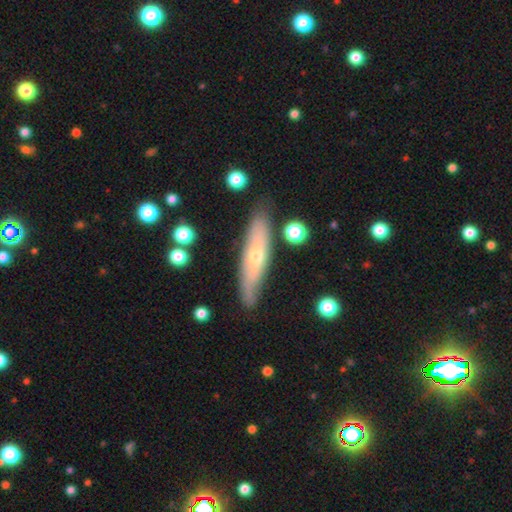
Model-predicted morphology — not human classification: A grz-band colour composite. It shows a featured or disk galaxy (56%) viewed edge-on (61%). Merging: none (80%).